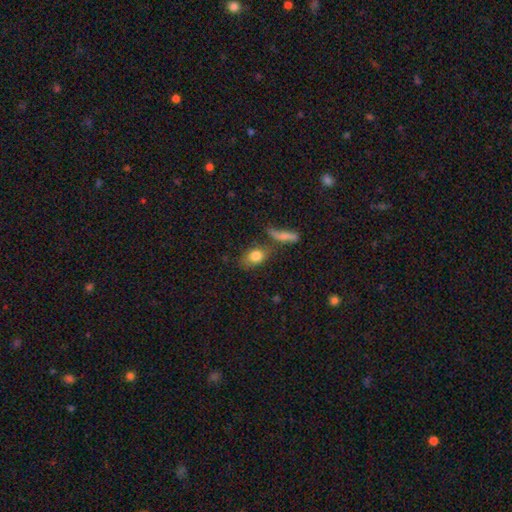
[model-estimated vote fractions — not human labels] Smooth or featured?
  - smooth: 79% *
  - featured or disk: 12%
  - star or artifact: 9%
How rounded?
  - in between: 72% *
  - round: 23%
  - cigar-shaped: 5%
Merging?
  - none: 60% *
  - merger: 18%
  - minor disturbance: 15%
  - major disturbance: 7%